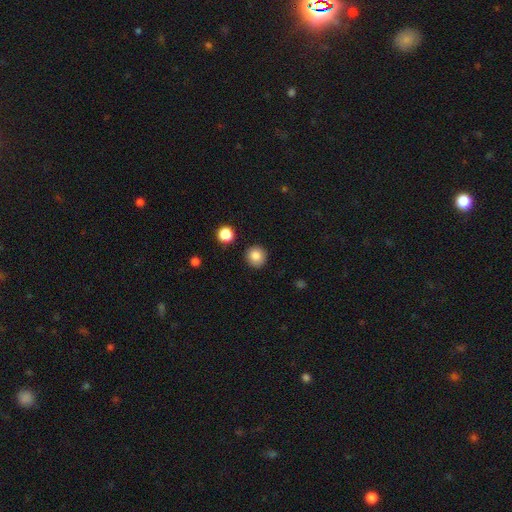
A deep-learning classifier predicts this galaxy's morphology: Overall: smooth (84%). How rounded: round (94%). Merging: none (91%).